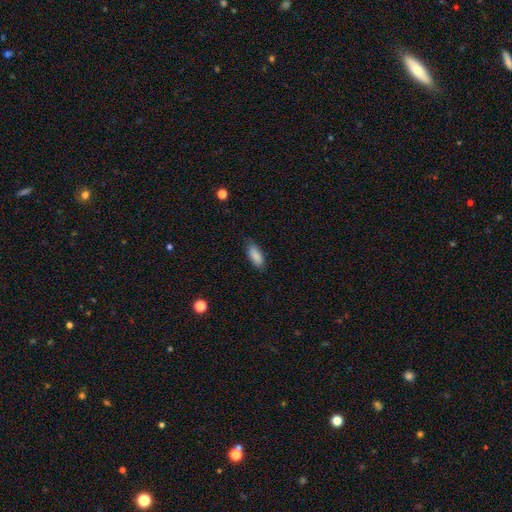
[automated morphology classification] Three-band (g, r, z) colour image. It shows a smooth galaxy with no disk features (88%) that is in between round and cigar-shaped (80%). Merging: none (80%).